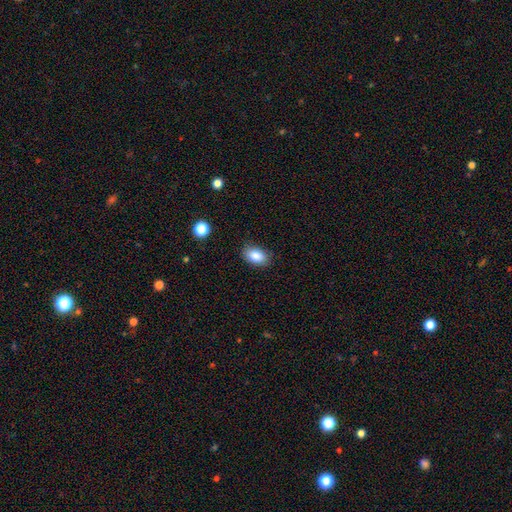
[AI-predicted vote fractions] Smooth or featured: smooth — 87% (star or artifact — 8%)
How rounded: in between — 89% (round — 10%)
Merging: none — 85% (minor disturbance — 12%)